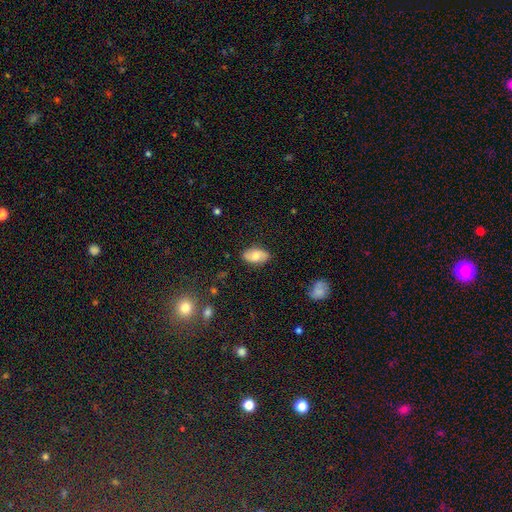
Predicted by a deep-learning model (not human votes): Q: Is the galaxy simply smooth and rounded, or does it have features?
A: smooth — 64%.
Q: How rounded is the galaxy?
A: in between — 93%.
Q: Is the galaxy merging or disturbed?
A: none — 83%.